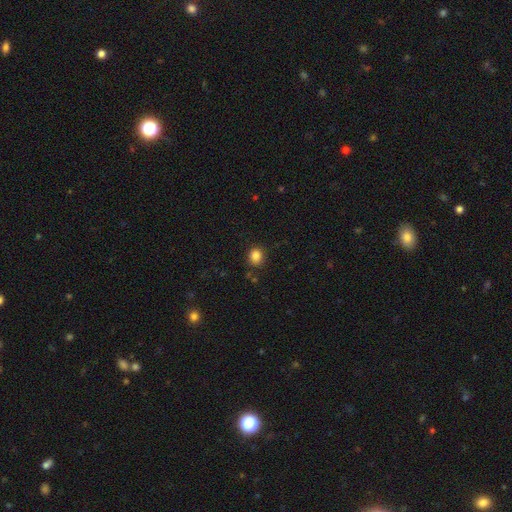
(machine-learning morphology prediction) This is clearly a smooth galaxy (85%). How rounded: likely round (70%). Merging: clearly none (86%).